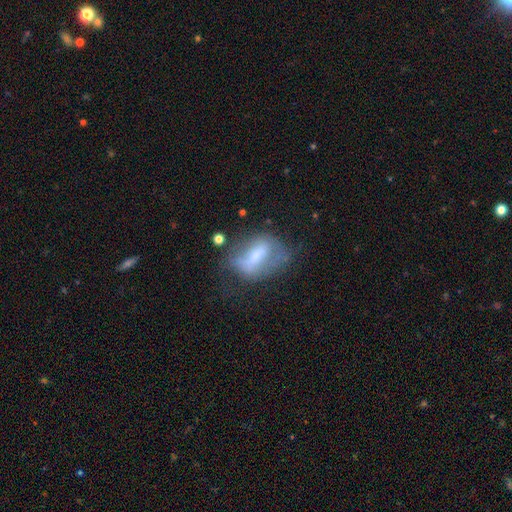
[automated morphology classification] Overall: featured or disk (49%; smooth 41%). Merging: none (40%; minor disturbance 28%).